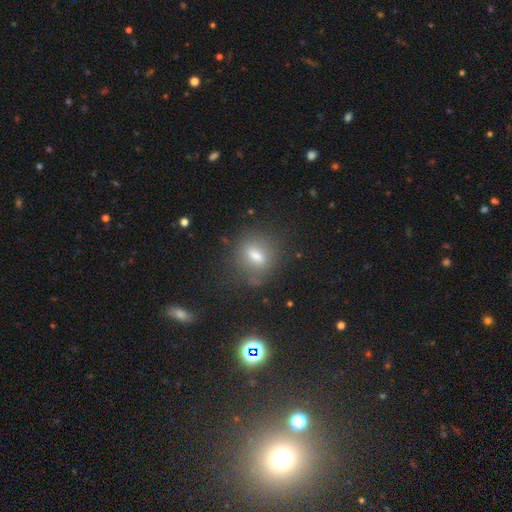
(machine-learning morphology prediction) smooth_or_featured: smooth (p=0.62) [alt: featured or disk p=0.25]
how_rounded: in between (p=0.53) [alt: round p=0.25]
merging: none (p=0.71) [alt: minor disturbance p=0.15]